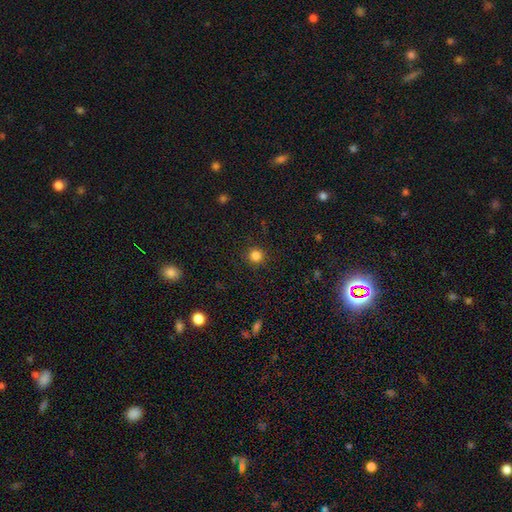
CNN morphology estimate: The model was most divided on "smooth or featured": smooth: 83%, star or artifact: 13%, featured or disk: 4%. More confident: how rounded — round (94%); merging — none (91%).